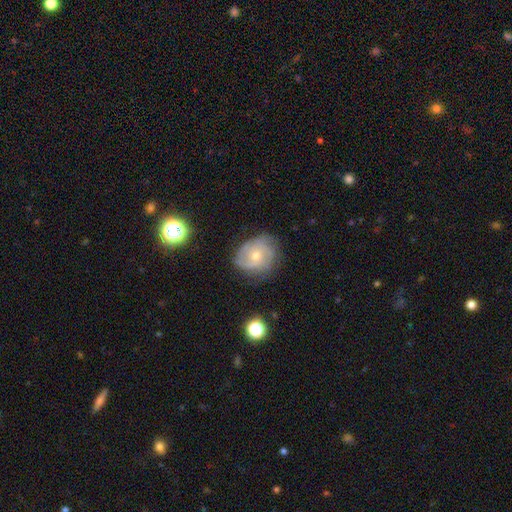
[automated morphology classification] Smooth or featured: featured or disk — 64% (smooth — 28%)
Edge-on disk: no — 97% (yes — 3%)
Bar: no — 75% (weak — 22%)
Spiral arms: yes — 85% (no — 15%)
Spiral winding: tight — 47% (medium — 38%)
Spiral arm count: can't tell — 36% (3 — 27%)
Bulge size: small — 52% (moderate — 44%)
Merging: none — 65% (minor disturbance — 25%)